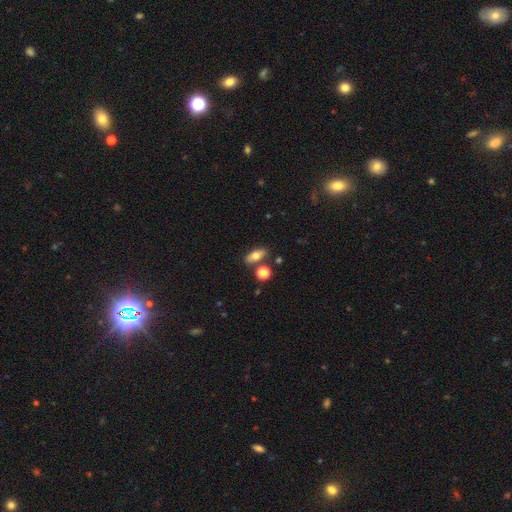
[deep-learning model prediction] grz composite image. It shows a smooth galaxy with no disk features (65%) that is in between round and cigar-shaped (76%). Merging: none (77%).